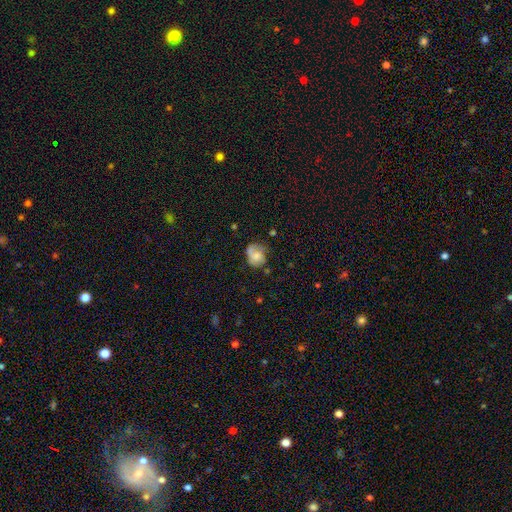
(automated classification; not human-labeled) Q: Smooth or featured?
A: smooth (53%); runner-up: featured or disk (38%)
Q: How rounded?
A: round (59%); runner-up: in between (40%)
Q: Merging?
A: none (46%); runner-up: minor disturbance (29%)